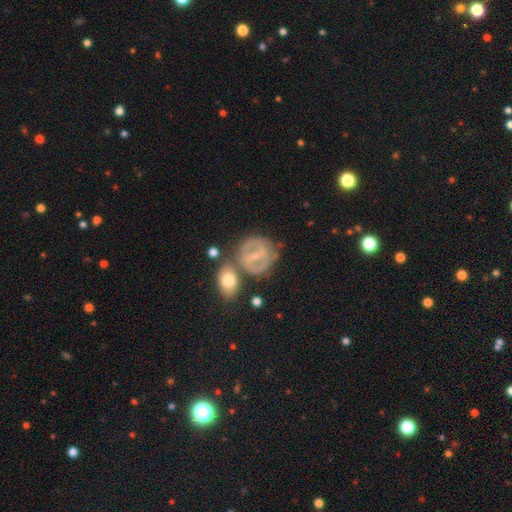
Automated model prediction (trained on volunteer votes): A featured or disk galaxy (65%) with a weak bar (42%), spiral arms (57%) and a small central bulge (61%). Merging: none (55%).